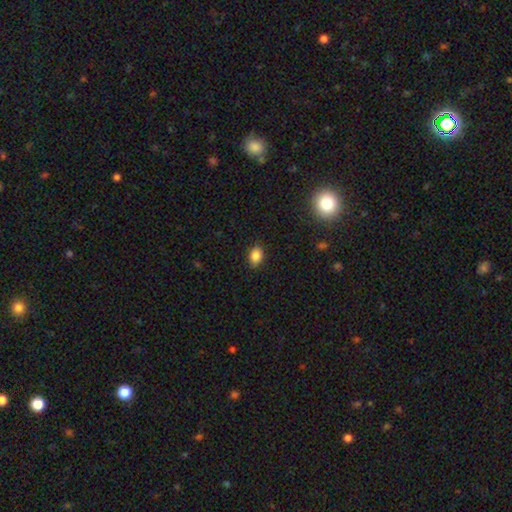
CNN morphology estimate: smooth 86%, star or artifact 10%, featured or disk 5%. Down the decision tree: how rounded — in between (79%); merging — none (87%).